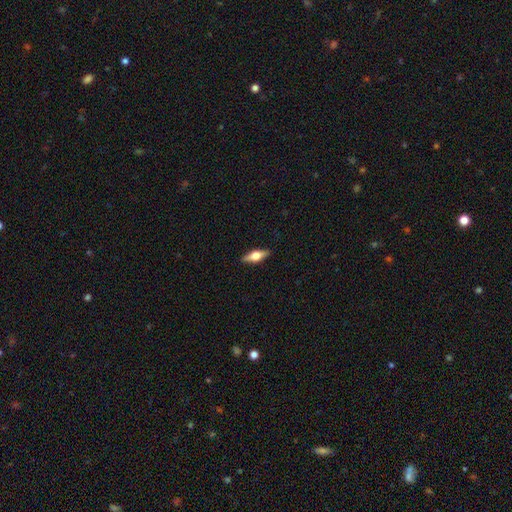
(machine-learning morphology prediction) A featured or disk galaxy (56%) viewed edge-on (94%) with a rounded central bulge (94%).

Vote fractions:
- Smooth or featured? featured or disk: 56% / smooth: 38% / star or artifact: 6%
- Edge-on disk? yes: 94% / no: 6%
- Edge-on bulge? rounded: 94% / boxy: 5% / none: 1%
- Merging? none: 89% / minor disturbance: 8% / major disturbance: 2% / merger: 1%